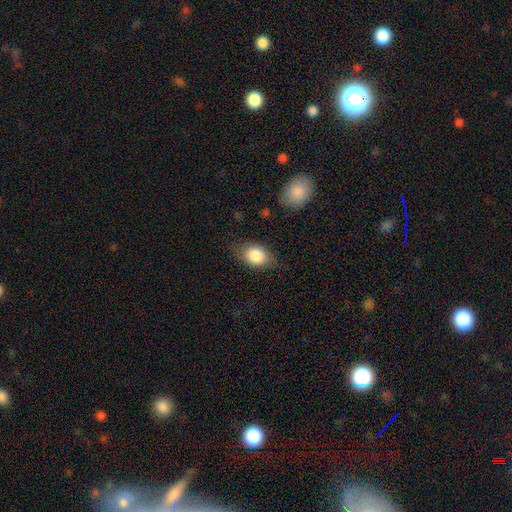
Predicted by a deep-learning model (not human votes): Q: Smooth or featured?
A: smooth (83%); runner-up: featured or disk (10%)
Q: How rounded?
A: in between (76%); runner-up: round (22%)
Q: Merging?
A: none (72%); runner-up: minor disturbance (21%)